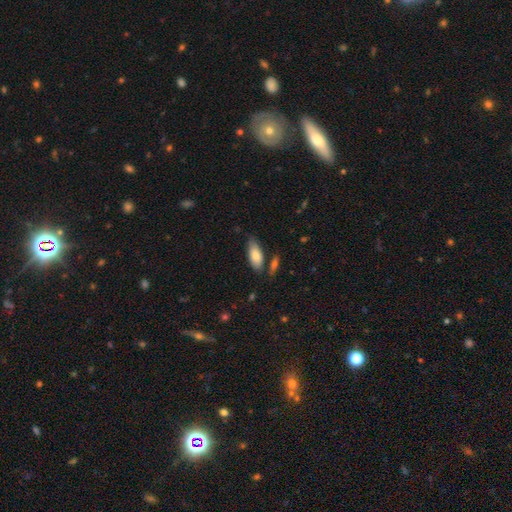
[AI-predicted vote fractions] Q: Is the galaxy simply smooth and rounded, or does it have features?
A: smooth — 77%.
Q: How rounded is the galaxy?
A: in between — 82%.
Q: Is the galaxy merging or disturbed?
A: none — 72%.